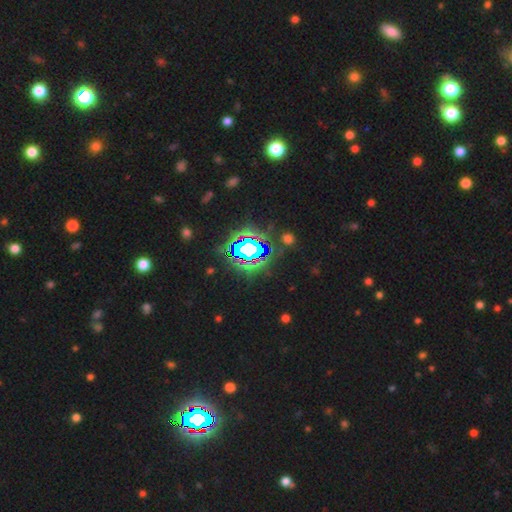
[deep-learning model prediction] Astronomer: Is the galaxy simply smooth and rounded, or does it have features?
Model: star or artifact — 79%.